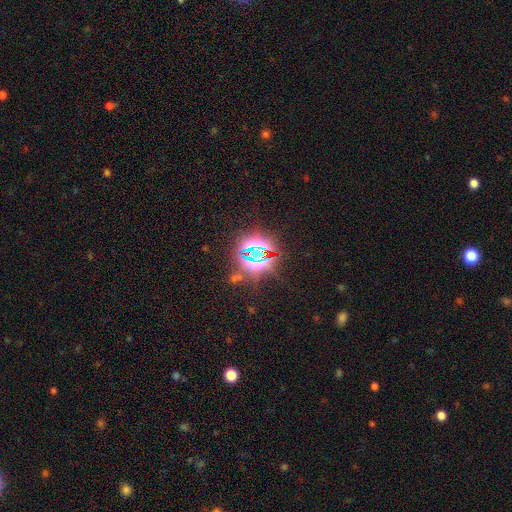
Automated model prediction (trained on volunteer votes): Smooth or featured? Predicted: star or artifact (p=0.77).